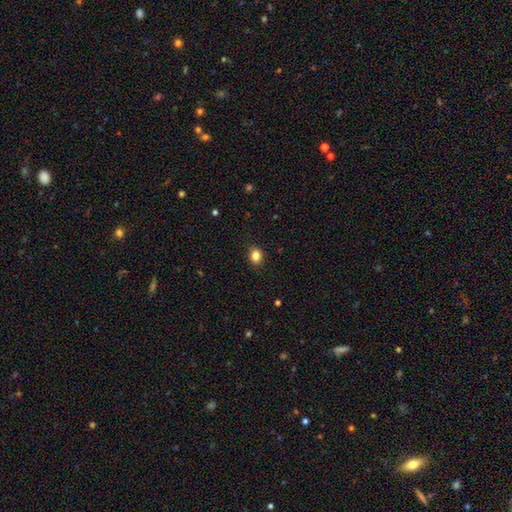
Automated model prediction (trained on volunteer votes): This is clearly a smooth galaxy (84%). How rounded: possibly round (53%). Merging: clearly none (89%).